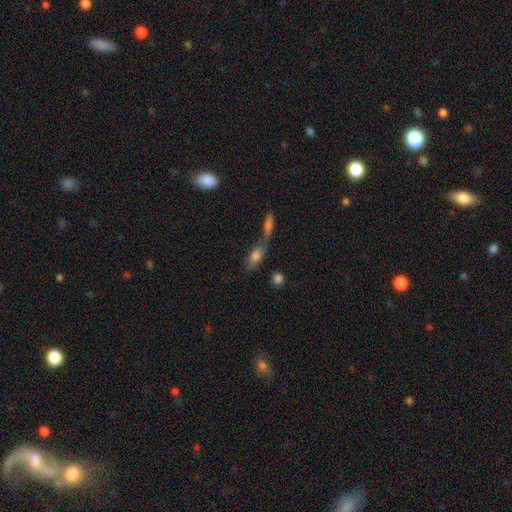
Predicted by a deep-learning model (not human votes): smooth_or_featured: smooth (p=0.71) [alt: featured or disk p=0.19]
how_rounded: in between (p=0.70) [alt: cigar-shaped p=0.22]
merging: merger (p=0.49) [alt: none p=0.35]